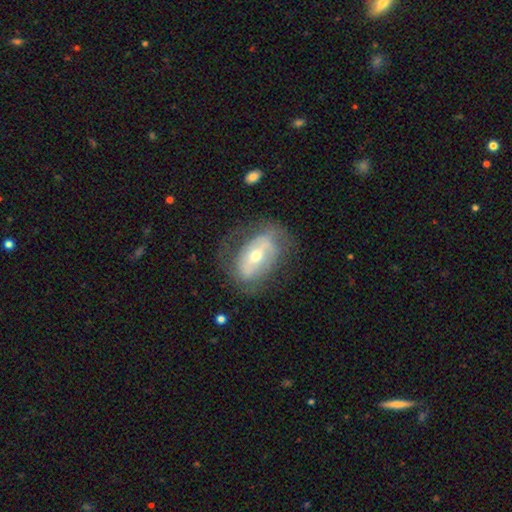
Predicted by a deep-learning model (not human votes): featured or disk 67%, smooth 26%, star or artifact 7%. Down the decision tree: edge-on disk — no (91%); bar — strong (37%); spiral arms — yes (54%); bulge size — moderate (53%); merging — none (59%).